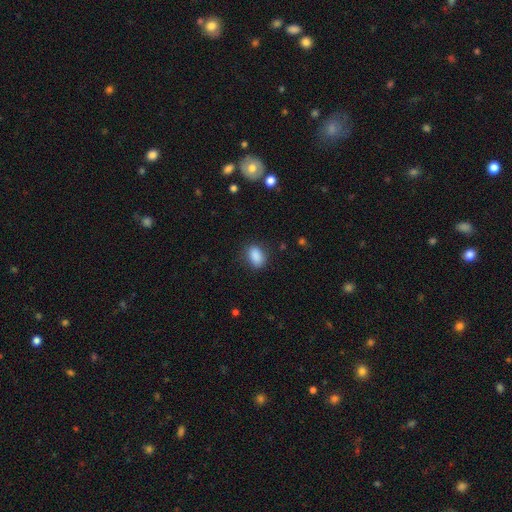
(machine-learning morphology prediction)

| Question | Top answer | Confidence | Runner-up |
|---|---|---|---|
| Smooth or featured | smooth | 88% | star or artifact (8%) |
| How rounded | in between | 83% | round (15%) |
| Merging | none | 82% | minor disturbance (13%) |